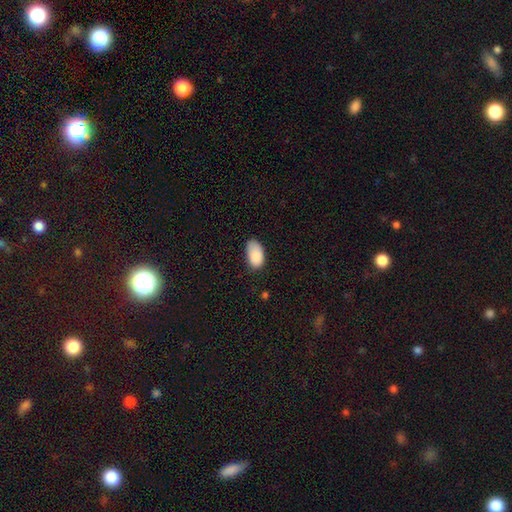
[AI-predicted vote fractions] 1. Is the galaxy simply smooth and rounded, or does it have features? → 86% smooth, 7% star or artifact, 7% featured or disk.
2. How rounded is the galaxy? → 95% in between, 4% round, 1% cigar-shaped.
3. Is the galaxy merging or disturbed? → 63% none, 30% minor disturbance, 5% major disturbance, 2% merger.